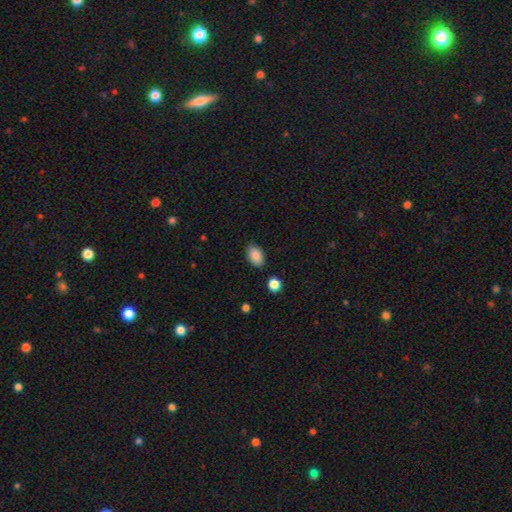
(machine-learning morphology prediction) Smooth or featured? Predicted: smooth (p=0.88). How rounded? Predicted: in between (p=0.91). Merging? Predicted: none (p=0.85).